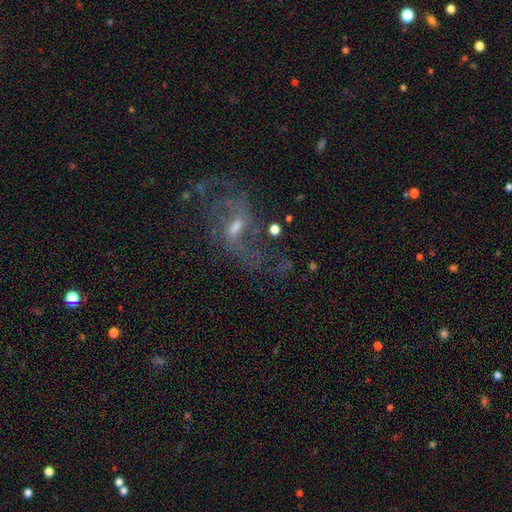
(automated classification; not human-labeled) A featured or disk galaxy (76%) with a weak bar (51%), 2 (76%) loose (69%) spiral arms (86%) and a small central bulge (49%).

Vote fractions:
- Smooth or featured? featured or disk: 76% / star or artifact: 14% / smooth: 10%
- Edge-on disk? no: 95% / yes: 5%
- Bar? weak: 51% / no: 32% / strong: 17%
- Spiral arms? yes: 86% / no: 14%
- Spiral winding? loose: 69% / medium: 24% / tight: 7%
- Spiral arm count? 2: 76% / can't tell: 11% / 1: 5% / 3: 3% / 4: 2% / more than 4: 2%
- Bulge size? small: 49% / moderate: 43% / none: 4% / large: 3% / dominant: 1%
- Merging? none: 57% / major disturbance: 21% / minor disturbance: 17% / merger: 5%